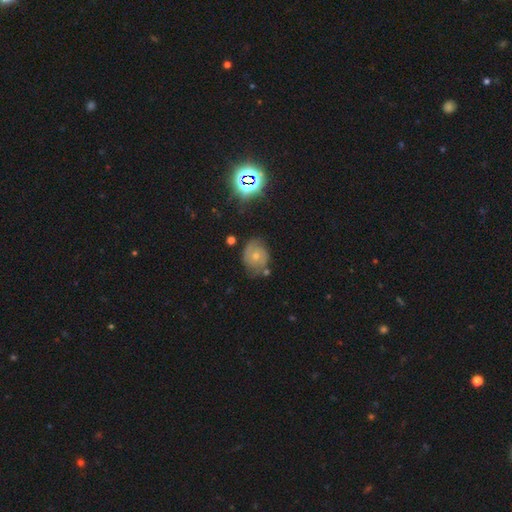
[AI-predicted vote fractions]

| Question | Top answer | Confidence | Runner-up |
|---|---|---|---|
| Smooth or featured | featured or disk | 60% | smooth (27%) |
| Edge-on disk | no | 97% | yes (3%) |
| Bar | no | 74% | weak (22%) |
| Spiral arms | yes | 84% | no (16%) |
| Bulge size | moderate | 50% | small (45%) |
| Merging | none | 67% | minor disturbance (22%) |